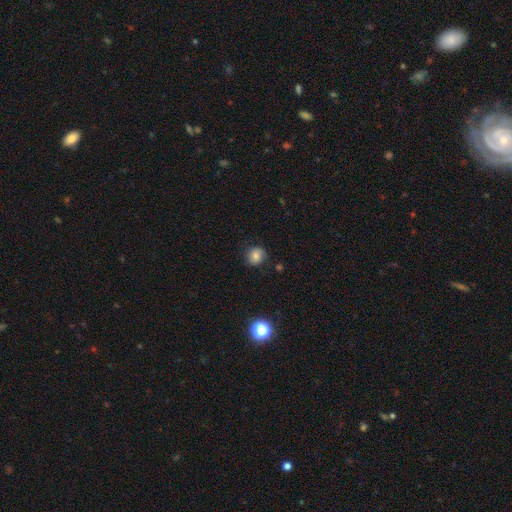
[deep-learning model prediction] smooth-or-featured: smooth: 72% | featured or disk: 15% | star or artifact: 13%
  how-rounded: round: 83% | in between: 16% | cigar-shaped: 1%
  merging: none: 80% | minor disturbance: 15% | major disturbance: 4% | merger: 2%